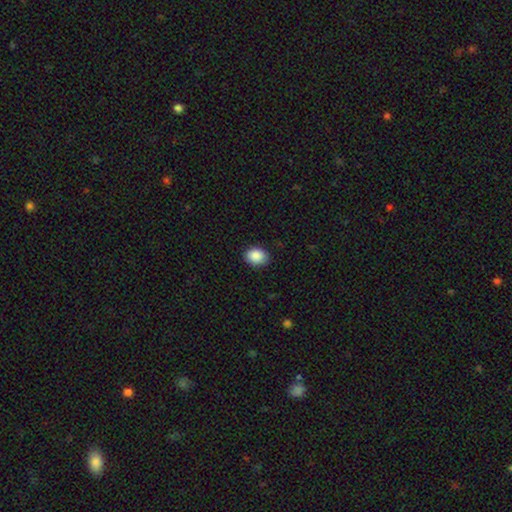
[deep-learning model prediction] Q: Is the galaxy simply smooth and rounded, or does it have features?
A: smooth — 89%.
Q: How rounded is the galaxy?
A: in between — 69%.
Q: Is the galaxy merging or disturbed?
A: none — 86%.